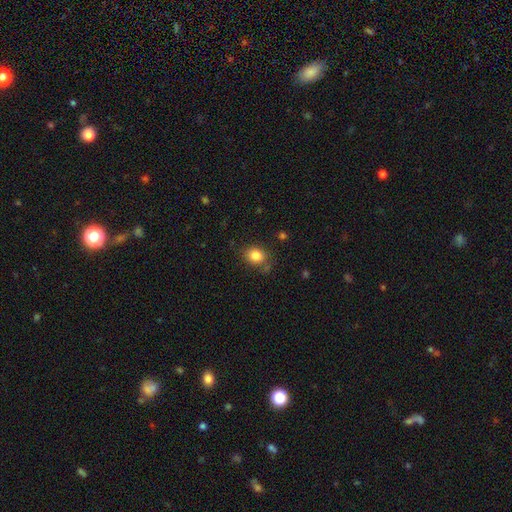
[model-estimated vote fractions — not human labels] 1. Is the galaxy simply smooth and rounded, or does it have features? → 84% smooth, 10% star or artifact, 6% featured or disk.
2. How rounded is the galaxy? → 54% round, 45% in between, 1% cigar-shaped.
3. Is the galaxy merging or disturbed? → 74% none, 17% minor disturbance, 5% major disturbance, 4% merger.